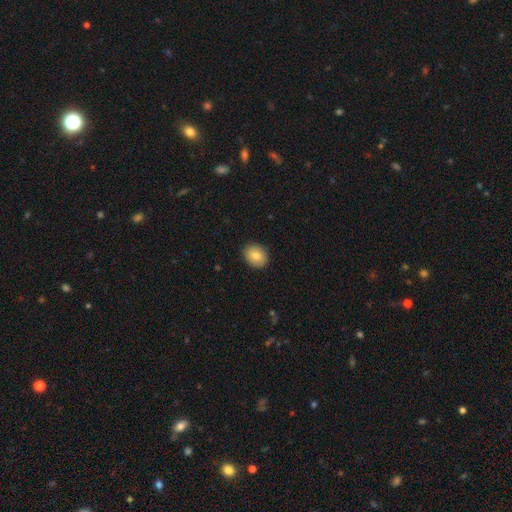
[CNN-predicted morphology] Smooth or featured: smooth — 81% (featured or disk — 11%)
How rounded: in between — 54% (round — 45%)
Merging: none — 89% (minor disturbance — 8%)